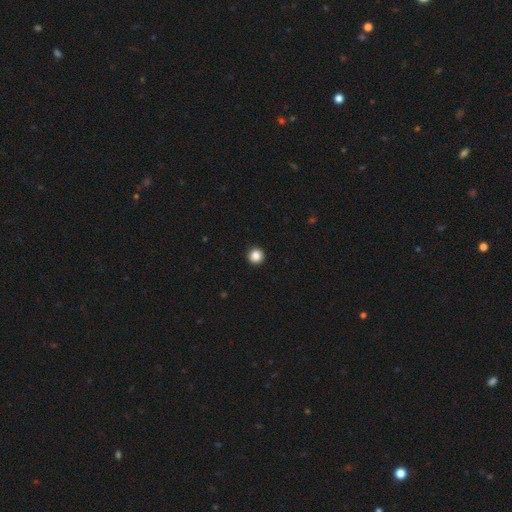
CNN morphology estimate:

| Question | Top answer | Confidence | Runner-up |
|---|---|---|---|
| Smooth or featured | smooth | 86% | star or artifact (10%) |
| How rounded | round | 96% | in between (3%) |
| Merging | none | 94% | minor disturbance (4%) |